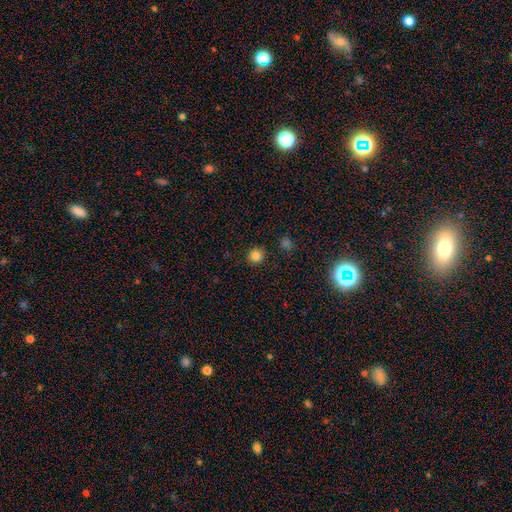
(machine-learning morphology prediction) Smooth or featured?
  - smooth: 83% *
  - star or artifact: 12%
  - featured or disk: 4%
How rounded?
  - round: 92% *
  - in between: 7%
  - cigar-shaped: 1%
Merging?
  - none: 90% *
  - minor disturbance: 6%
  - major disturbance: 2%
  - merger: 2%